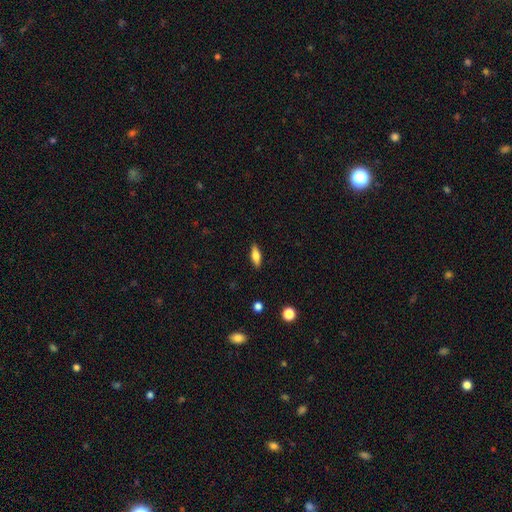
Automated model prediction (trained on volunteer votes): smooth-or-featured: smooth: 71% | featured or disk: 22% | star or artifact: 7%
  how-rounded: in between: 63% | cigar-shaped: 34% | round: 3%
  merging: none: 89% | minor disturbance: 8% | major disturbance: 2% | merger: 1%